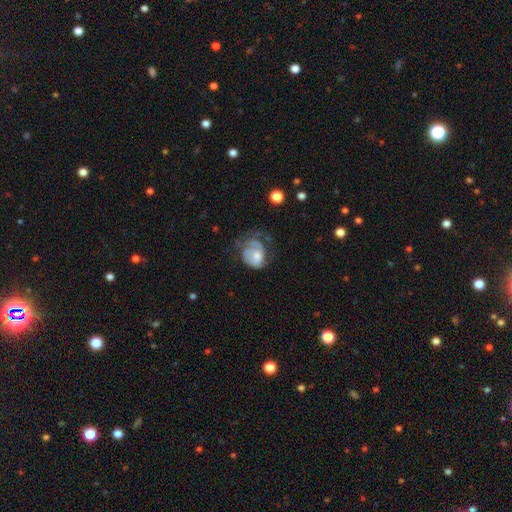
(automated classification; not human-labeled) A smooth galaxy with no disk features (46%, tied with featured or disk). Merging: major disturbance (41%).